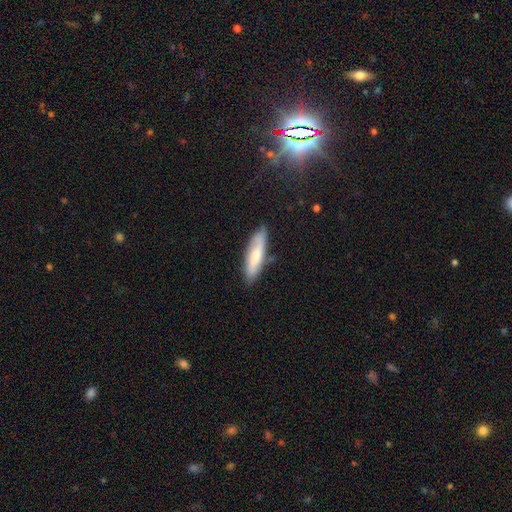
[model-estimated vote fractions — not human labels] Smooth or featured? Predicted: smooth (p=0.70). How rounded? Predicted: cigar-shaped (p=0.68). Merging? Predicted: none (p=0.81).